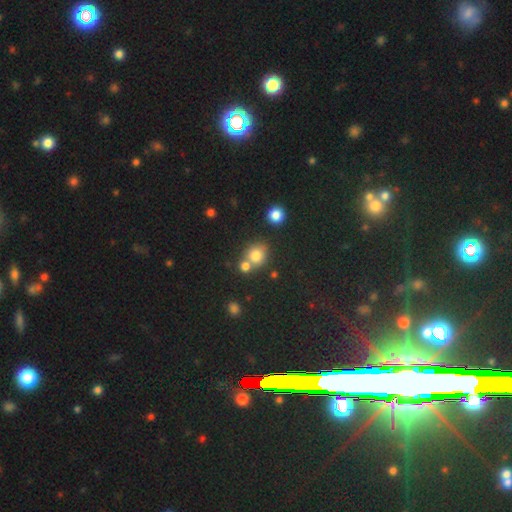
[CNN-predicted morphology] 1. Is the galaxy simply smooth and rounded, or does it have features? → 77% smooth, 14% star or artifact, 9% featured or disk.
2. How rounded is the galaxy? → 78% round, 21% in between, 1% cigar-shaped.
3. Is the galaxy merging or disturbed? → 51% none, 37% merger, 9% minor disturbance, 3% major disturbance.